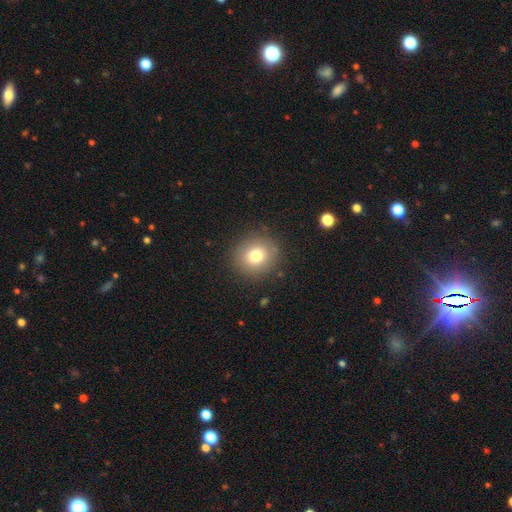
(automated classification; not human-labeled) This is likely a smooth galaxy (77%). How rounded: clearly round (87%). Merging: clearly none (88%).